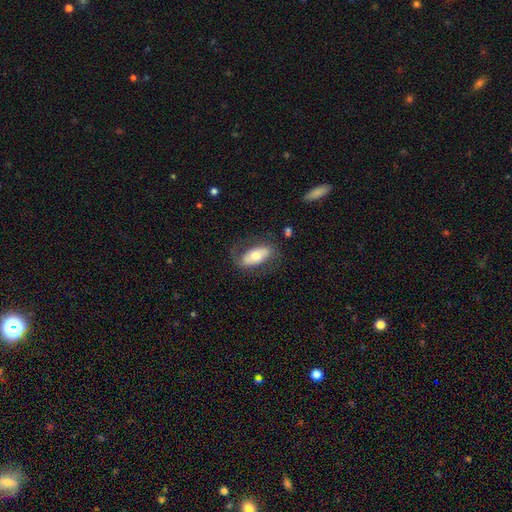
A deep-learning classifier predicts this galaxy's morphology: The model was most divided on "smooth or featured": smooth: 50%, featured or disk: 44%, star or artifact: 6%. More confident: how rounded — in between (88%); merging — none (68%).